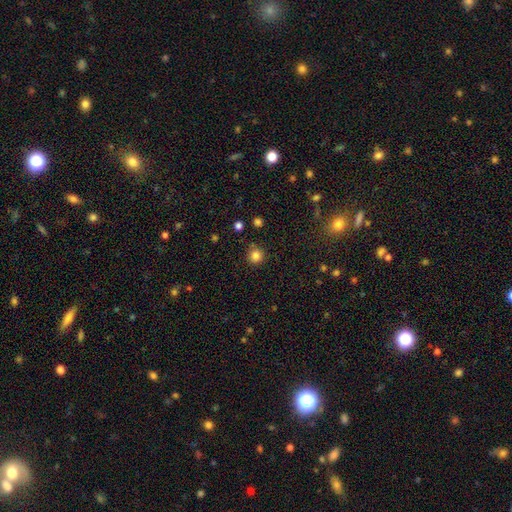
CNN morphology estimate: smooth-or-featured: smooth: 83% | star or artifact: 13% | featured or disk: 4%
  how-rounded: round: 93% | in between: 6% | cigar-shaped: 1%
  merging: none: 84% | minor disturbance: 11% | major disturbance: 3% | merger: 2%